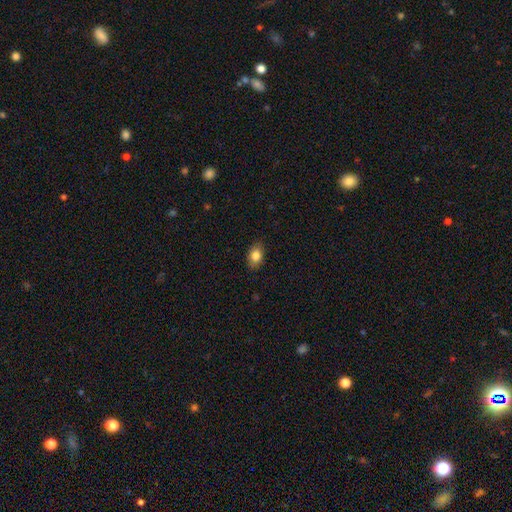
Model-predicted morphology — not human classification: Smooth or featured: smooth — 82% (featured or disk — 9%)
How rounded: in between — 83% (round — 16%)
Merging: none — 86% (minor disturbance — 11%)